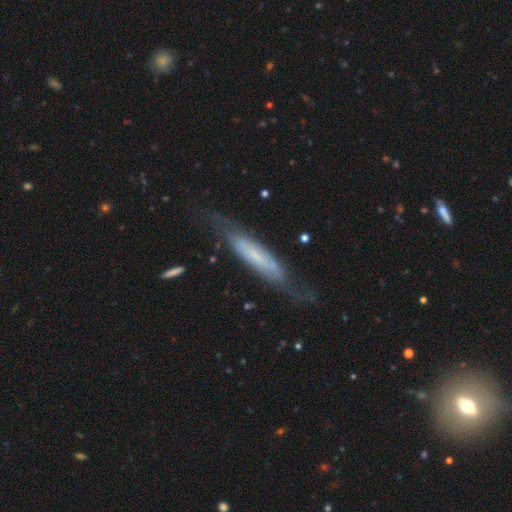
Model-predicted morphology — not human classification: Smooth or featured? Predicted: featured or disk (p=0.61). Edge-on disk? Predicted: yes (p=0.50, tied with no). Merging? Predicted: none (p=0.64).